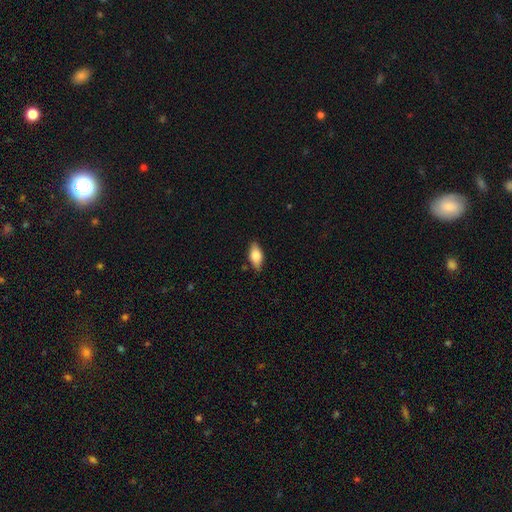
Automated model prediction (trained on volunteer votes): Q: Smooth or featured?
A: smooth (72%); runner-up: featured or disk (21%)
Q: How rounded?
A: in between (86%); runner-up: cigar-shaped (10%)
Q: Merging?
A: none (84%); runner-up: minor disturbance (13%)